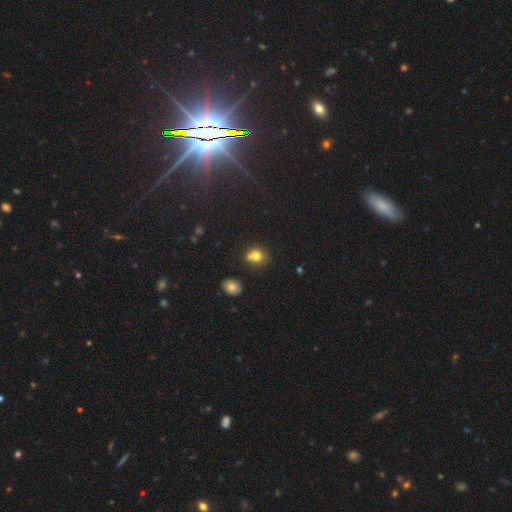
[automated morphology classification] Smooth or featured? Predicted: smooth (p=0.73). How rounded? Predicted: round (p=0.73). Merging? Predicted: none (p=0.54).